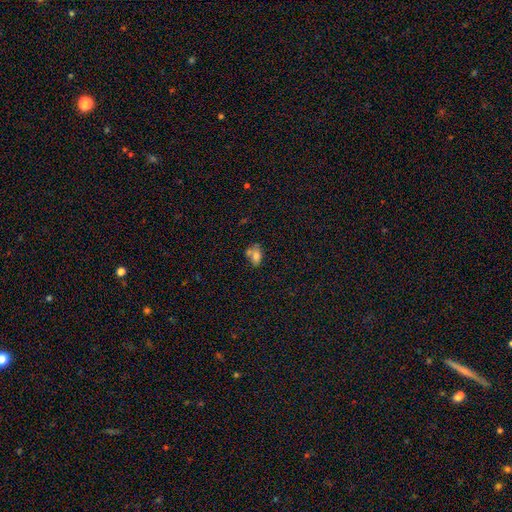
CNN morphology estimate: smooth 73%, featured or disk 16%, star or artifact 11%. Down the decision tree: how rounded — in between (79%); merging — none (39%).